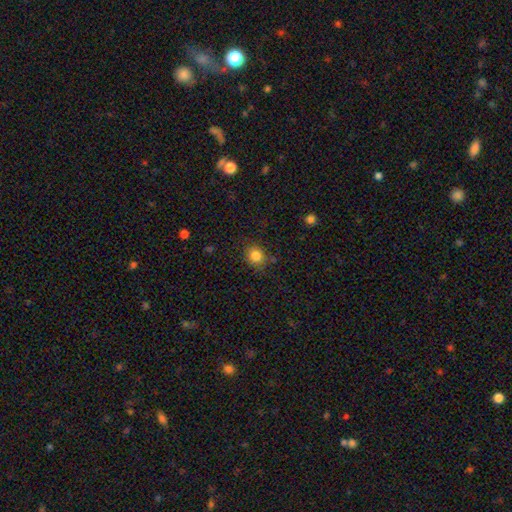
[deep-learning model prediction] smooth-or-featured: smooth: 83% | star or artifact: 12% | featured or disk: 6%
  how-rounded: round: 76% | in between: 23% | cigar-shaped: 1%
  merging: none: 80% | minor disturbance: 14% | major disturbance: 4% | merger: 2%